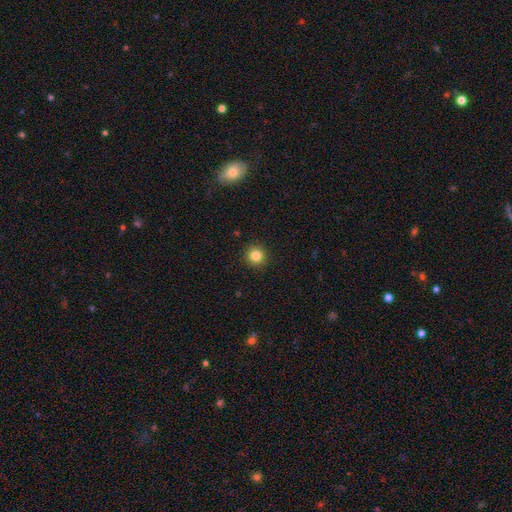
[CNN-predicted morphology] smooth-or-featured: smooth: 83% | star or artifact: 12% | featured or disk: 5%
  how-rounded: round: 95% | in between: 4% | cigar-shaped: 1%
  merging: none: 92% | minor disturbance: 5% | major disturbance: 2% | merger: 1%